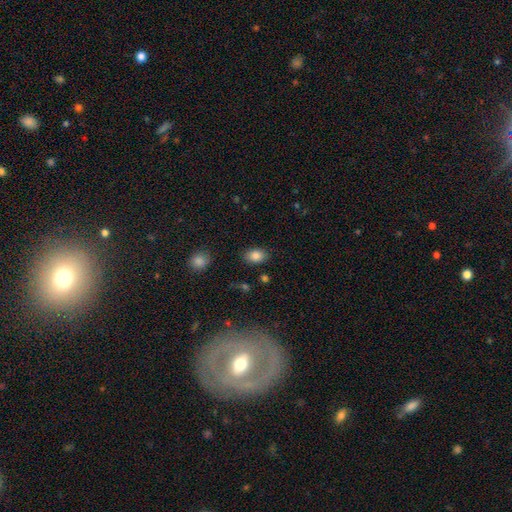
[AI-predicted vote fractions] This is clearly a smooth galaxy (85%). How rounded: clearly in between (81%). Merging: clearly none (84%).